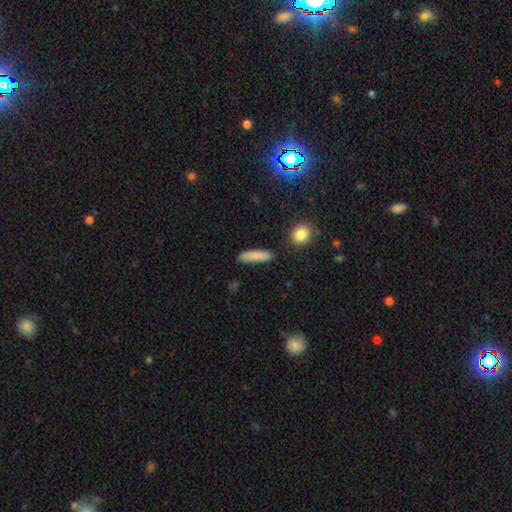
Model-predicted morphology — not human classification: Overall: smooth (85%). How rounded: cigar-shaped (69%). Merging: none (83%).